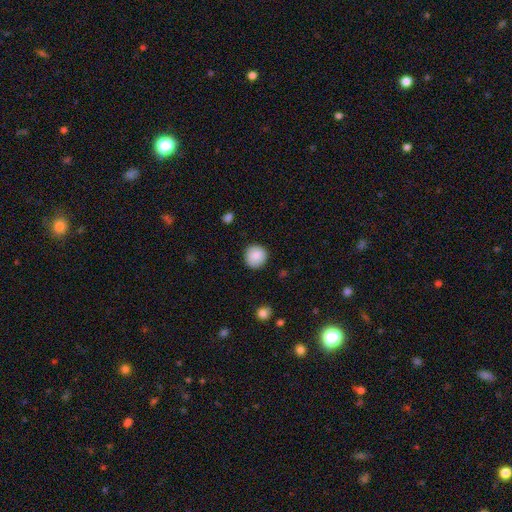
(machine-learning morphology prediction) The model was most divided on "smooth or featured": smooth: 87%, star or artifact: 8%, featured or disk: 6%. More confident: how rounded — round (94%); merging — none (90%).